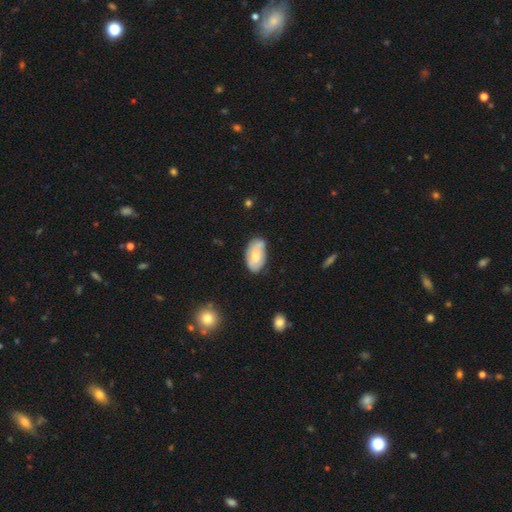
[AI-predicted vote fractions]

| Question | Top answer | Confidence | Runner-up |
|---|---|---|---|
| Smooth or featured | smooth | 58% | featured or disk (36%) |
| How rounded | in between | 93% | round (4%) |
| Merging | none | 64% | minor disturbance (28%) |